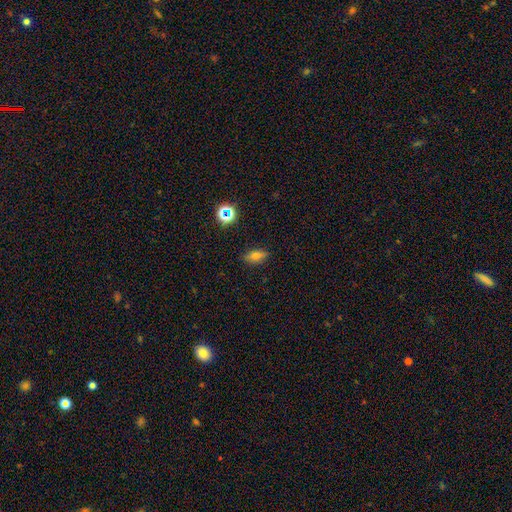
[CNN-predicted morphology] Smooth or featured?
  - smooth: 67% *
  - featured or disk: 17%
  - star or artifact: 16%
How rounded?
  - in between: 79% *
  - cigar-shaped: 11%
  - round: 9%
Merging?
  - none: 82% *
  - minor disturbance: 14%
  - major disturbance: 3%
  - merger: 1%